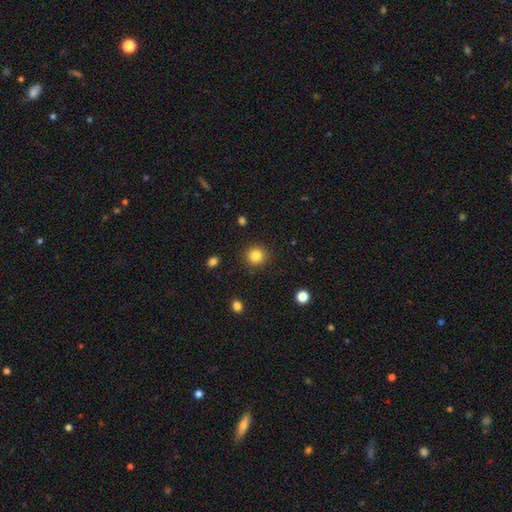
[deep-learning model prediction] A smooth galaxy with no disk features (84%) that is round (92%). Merging: none (90%).